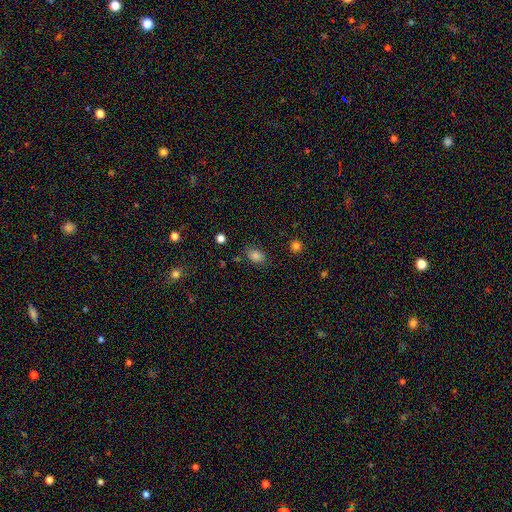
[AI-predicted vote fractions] smooth 82%, star or artifact 13%, featured or disk 6%. Down the decision tree: how rounded — in between (76%); merging — none (78%).